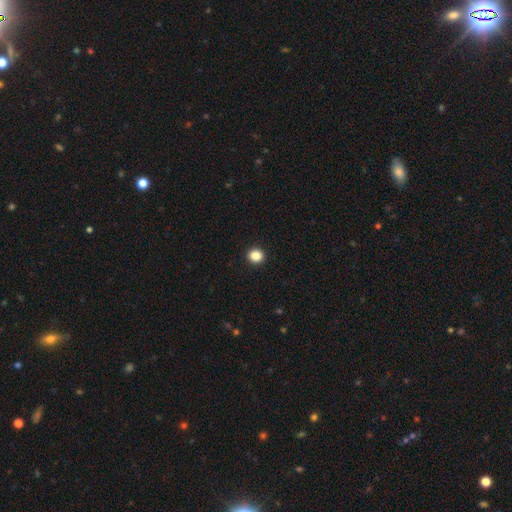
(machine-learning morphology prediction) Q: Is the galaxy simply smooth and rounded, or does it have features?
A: smooth — 85%.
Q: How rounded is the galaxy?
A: round — 89%.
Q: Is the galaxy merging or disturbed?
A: none — 94%.